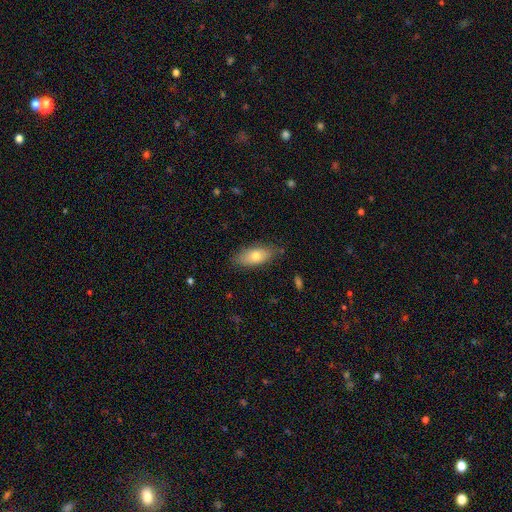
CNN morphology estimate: Smooth or featured? Predicted: smooth (p=0.73). How rounded? Predicted: in between (p=0.81). Merging? Predicted: none (p=0.79).